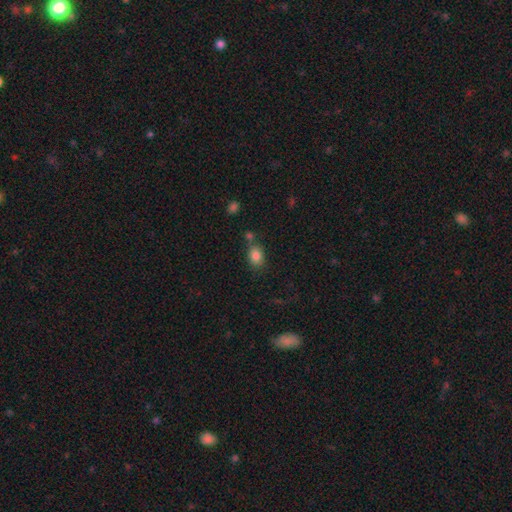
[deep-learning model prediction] This appears to be a smooth galaxy with no disk features (84%) that is in between round and cigar-shaped (65%). Merging: none (66%).